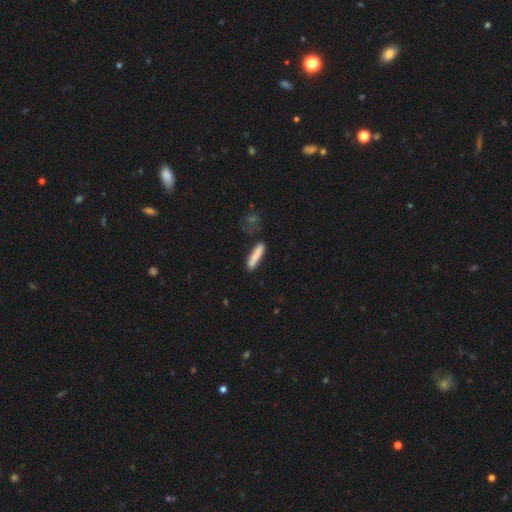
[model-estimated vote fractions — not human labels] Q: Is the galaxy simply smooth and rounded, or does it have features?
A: smooth — 80%.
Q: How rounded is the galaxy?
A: cigar-shaped — 85%.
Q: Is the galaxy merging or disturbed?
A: none — 72%.